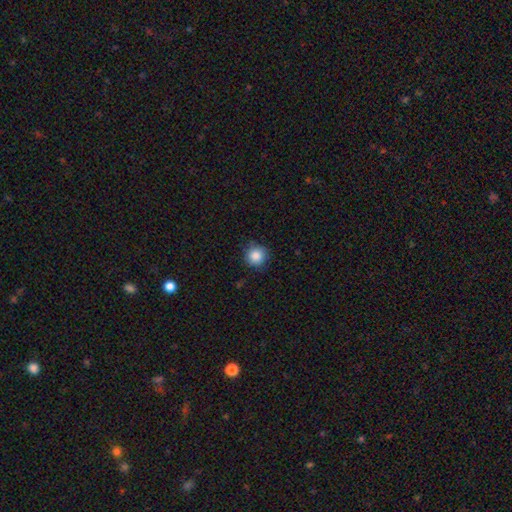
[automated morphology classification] Smooth or featured: smooth — 86% (star or artifact — 10%)
How rounded: round — 93% (in between — 6%)
Merging: none — 84% (minor disturbance — 12%)